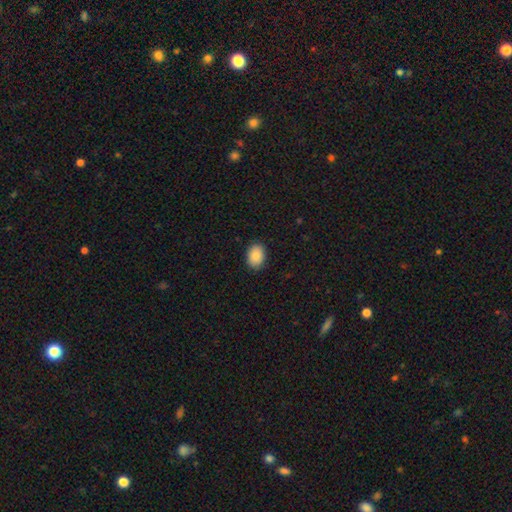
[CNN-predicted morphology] A smooth galaxy with no disk features (87%) that is in between round and cigar-shaped (77%). Merging: none (88%).